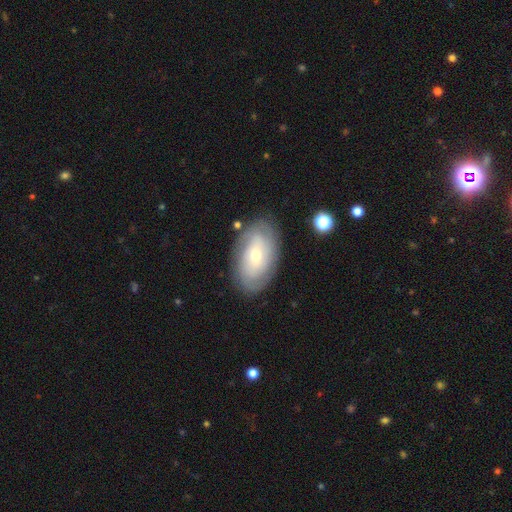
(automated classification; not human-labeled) Smooth or featured: featured or disk — 60% (smooth — 33%)
Edge-on disk: no — 93% (yes — 7%)
Bar: no — 69% (weak — 24%)
Spiral arms: yes — 73% (no — 27%)
Bulge size: small — 48% (moderate — 47%)
Merging: none — 81% (minor disturbance — 13%)